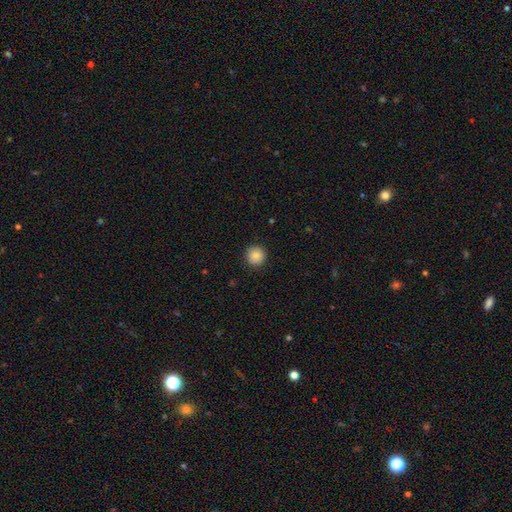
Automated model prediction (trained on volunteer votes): A smooth galaxy with no disk features (86%) that is round (94%). Merging: none (91%).